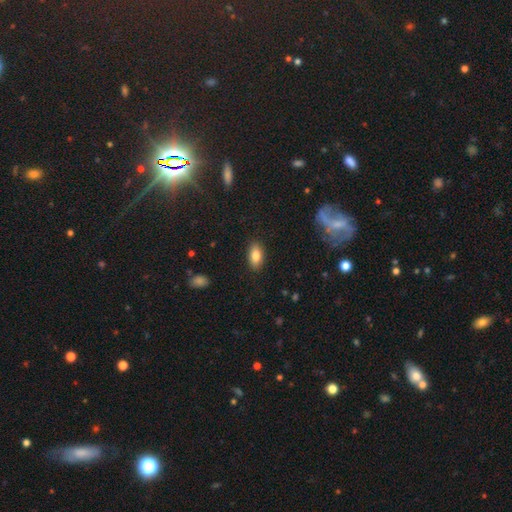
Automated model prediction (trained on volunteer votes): This appears to be a smooth galaxy with no disk features (83%) that is in between round and cigar-shaped (90%). Merging: none (88%).